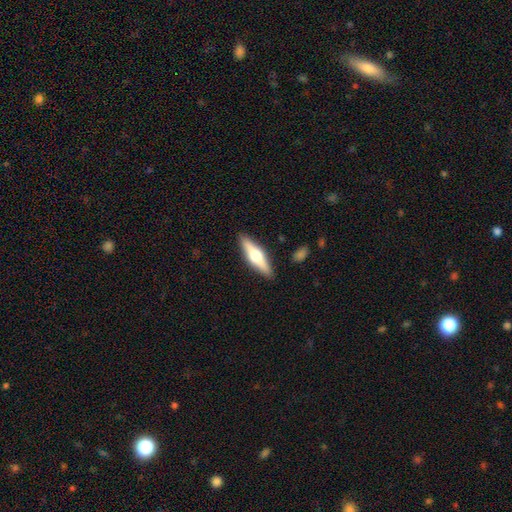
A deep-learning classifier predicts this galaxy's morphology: A featured or disk galaxy (57%) viewed edge-on (95%) with a rounded central bulge (94%).

Vote fractions:
- Smooth or featured? featured or disk: 57% / smooth: 37% / star or artifact: 5%
- Edge-on disk? yes: 95% / no: 5%
- Edge-on bulge? rounded: 94% / boxy: 3% / none: 2%
- Merging? none: 89% / minor disturbance: 8% / major disturbance: 2% / merger: 1%